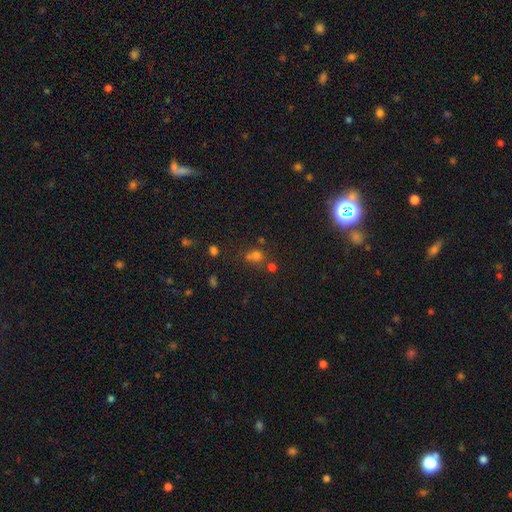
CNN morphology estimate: smooth 59%, star or artifact 31%, featured or disk 11%. Down the decision tree: how rounded — round (83%); merging — none (55%).